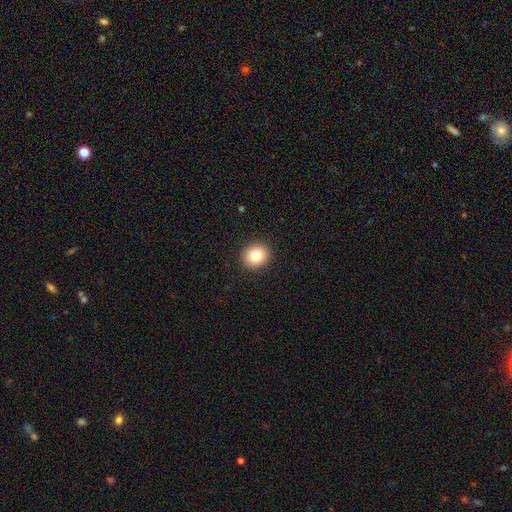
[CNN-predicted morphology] A smooth galaxy with no disk features (81%) that is round (79%).

Vote fractions:
- Smooth or featured? smooth: 81% / star or artifact: 10% / featured or disk: 8%
- How rounded? round: 79% / in between: 21% / cigar-shaped: 1%
- Merging? none: 92% / minor disturbance: 5% / major disturbance: 2% / merger: 1%